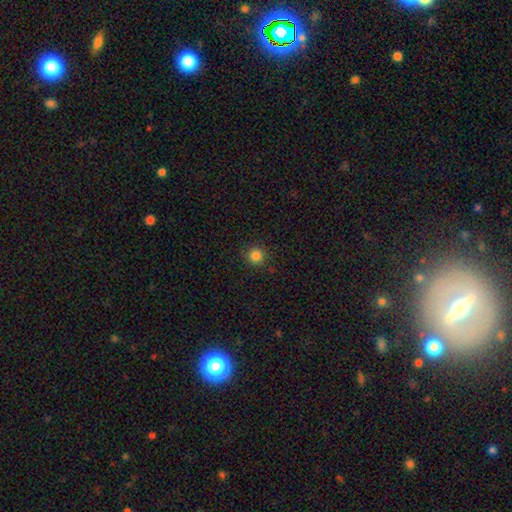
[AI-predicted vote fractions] Overall: smooth (84%). How rounded: round (94%). Merging: none (89%).